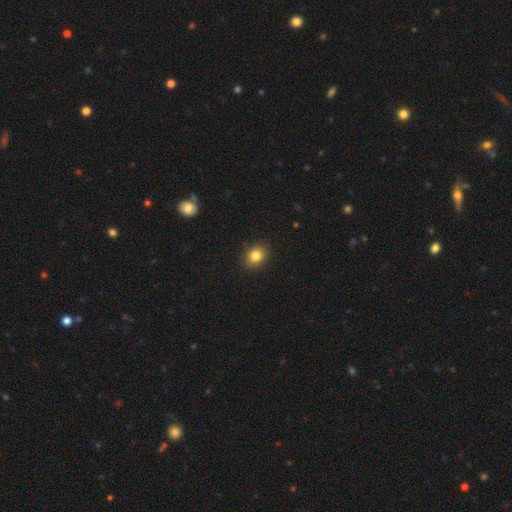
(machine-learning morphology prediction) Smooth or featured? smooth (84%)
How rounded? round (53%)
Merging? none (90%)